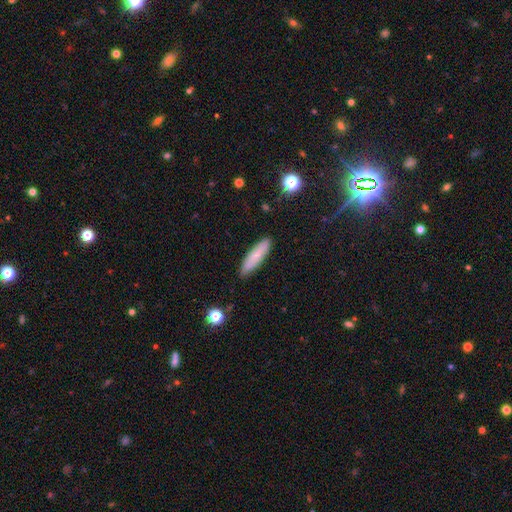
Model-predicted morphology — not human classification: Overall: smooth (72%). How rounded: cigar-shaped (72%). Merging: none (87%).